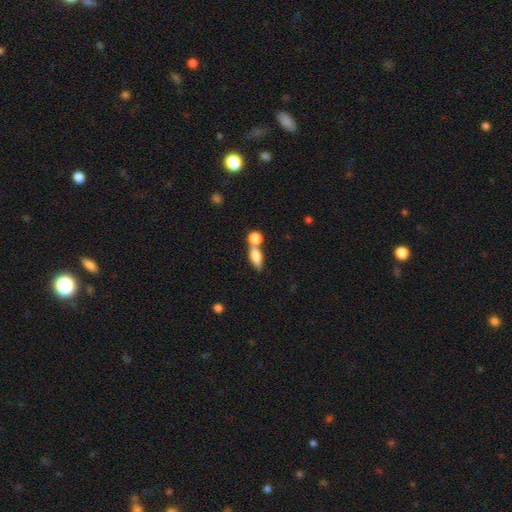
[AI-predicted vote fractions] Q: Smooth or featured?
A: smooth (79%); runner-up: featured or disk (14%)
Q: How rounded?
A: in between (69%); runner-up: cigar-shaped (20%)
Q: Merging?
A: merger (50%); runner-up: none (36%)